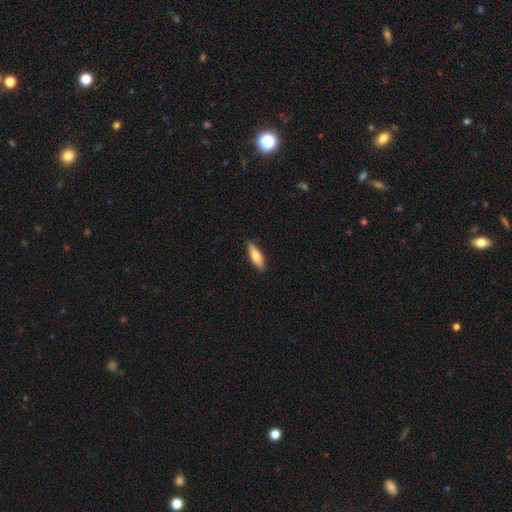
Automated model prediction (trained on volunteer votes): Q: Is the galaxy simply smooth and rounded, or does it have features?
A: smooth — 76%.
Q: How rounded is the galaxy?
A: in between — 58%.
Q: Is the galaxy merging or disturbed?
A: none — 88%.